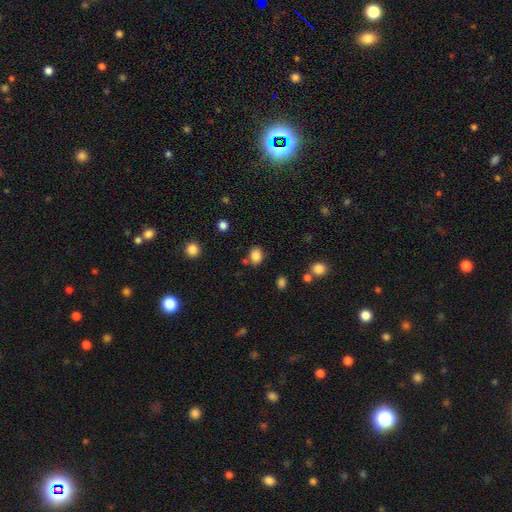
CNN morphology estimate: This is clearly a smooth galaxy (84%). How rounded: possibly round (58%). Merging: likely none (74%).